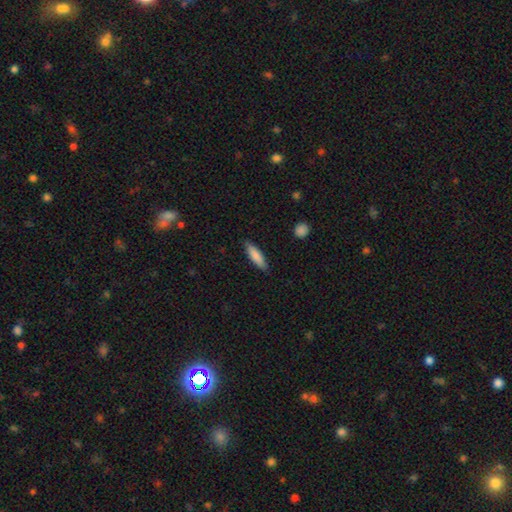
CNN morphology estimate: smooth-or-featured: smooth: 83% | featured or disk: 11% | star or artifact: 6%
  how-rounded: cigar-shaped: 64% | in between: 34% | round: 1%
  merging: none: 87% | minor disturbance: 10% | major disturbance: 2% | merger: 1%